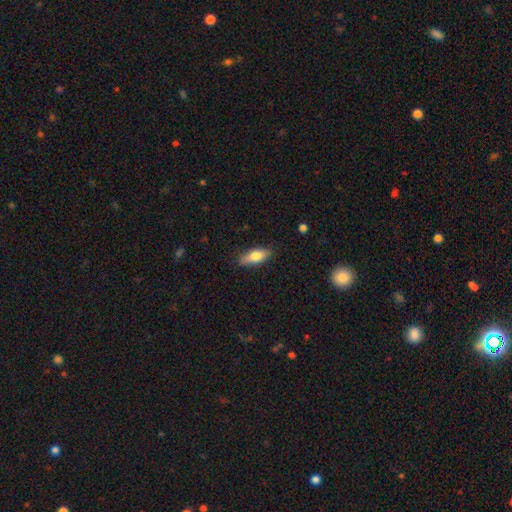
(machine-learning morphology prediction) smooth_or_featured: smooth (p=0.72) [alt: featured or disk p=0.22]
how_rounded: in between (p=0.73) [alt: cigar-shaped p=0.24]
merging: none (p=0.85) [alt: minor disturbance p=0.12]